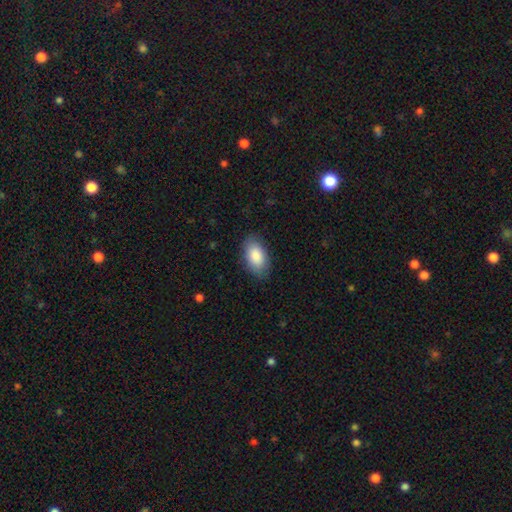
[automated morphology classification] smooth 88%, featured or disk 6%, star or artifact 6%. Down the decision tree: how rounded — in between (94%); merging — none (84%).